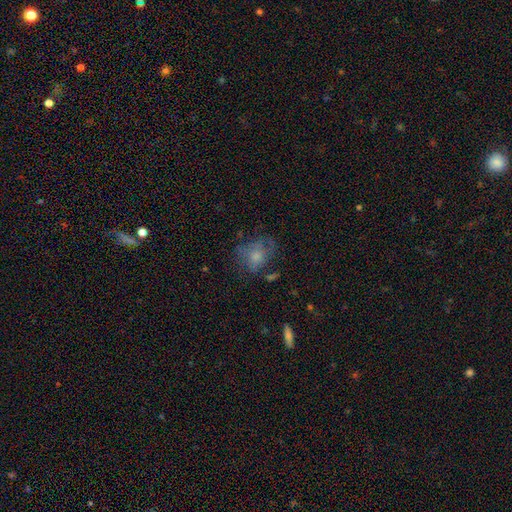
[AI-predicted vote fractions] Smooth or featured: smooth — 63% (featured or disk — 26%)
How rounded: round — 54% (in between — 45%)
Merging: none — 49% (minor disturbance — 25%)